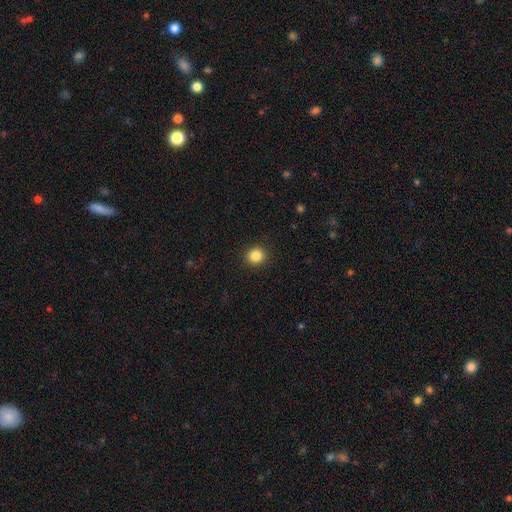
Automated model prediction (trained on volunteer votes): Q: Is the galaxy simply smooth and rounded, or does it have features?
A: smooth — 85%.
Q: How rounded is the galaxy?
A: round — 86%.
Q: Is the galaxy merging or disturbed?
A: none — 92%.